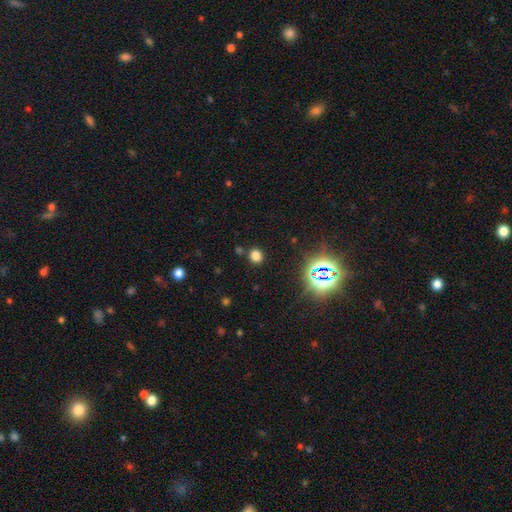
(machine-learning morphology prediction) smooth_or_featured: smooth (p=0.73) [alt: star or artifact p=0.22]
how_rounded: round (p=0.80) [alt: in between p=0.19]
merging: none (p=0.85) [alt: minor disturbance p=0.07]